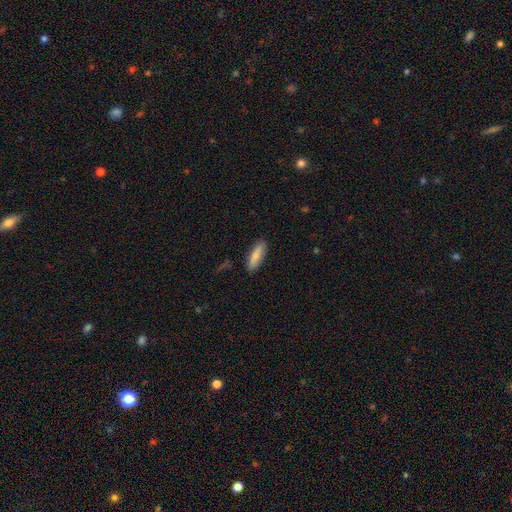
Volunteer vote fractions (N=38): Smooth or featured?
  - smooth: 79% *
  - featured or disk: 16%
  - star or artifact: 5%
How rounded?
  - cigar-shaped: 63% *
  - in between: 33%
  - round: 3%
Merging?
  - none: 72% *
  - minor disturbance: 22%
  - major disturbance: 3%
  - merger: 3%